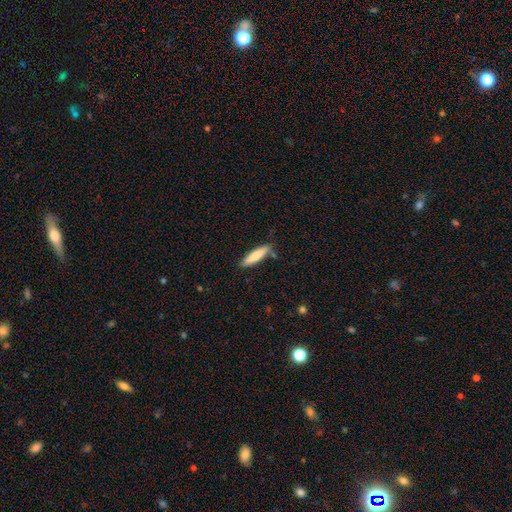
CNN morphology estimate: type=smooth (76%); roundness=cigar-shaped (76%); merging=none (82%).